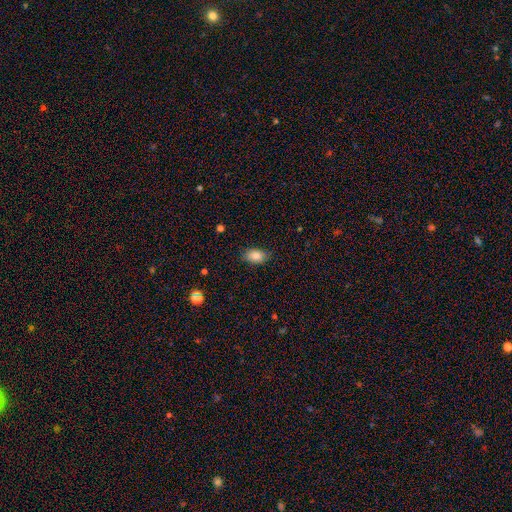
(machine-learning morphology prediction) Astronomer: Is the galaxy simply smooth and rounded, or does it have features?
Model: smooth — 85%.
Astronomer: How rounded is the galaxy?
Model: in between — 89%.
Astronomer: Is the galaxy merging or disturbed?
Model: none — 85%.